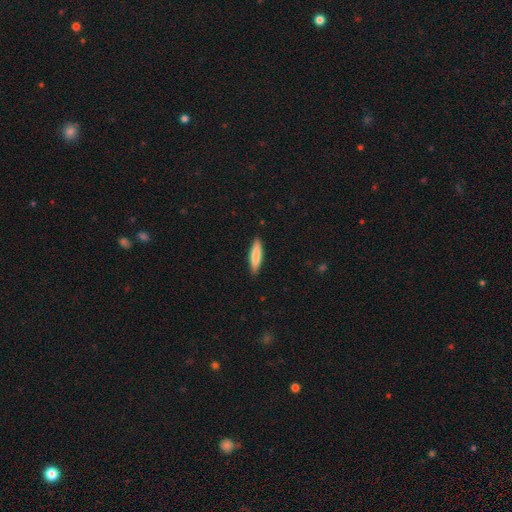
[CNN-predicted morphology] This is clearly a smooth galaxy (83%). How rounded: likely cigar-shaped (79%). Merging: clearly none (89%).